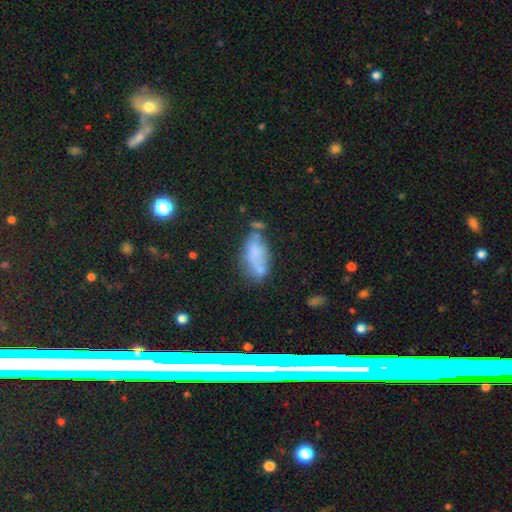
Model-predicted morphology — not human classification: Smooth or featured: smooth — 61% (featured or disk — 24%)
How rounded: in between — 75% (cigar-shaped — 21%)
Merging: none — 45% (minor disturbance — 26%)